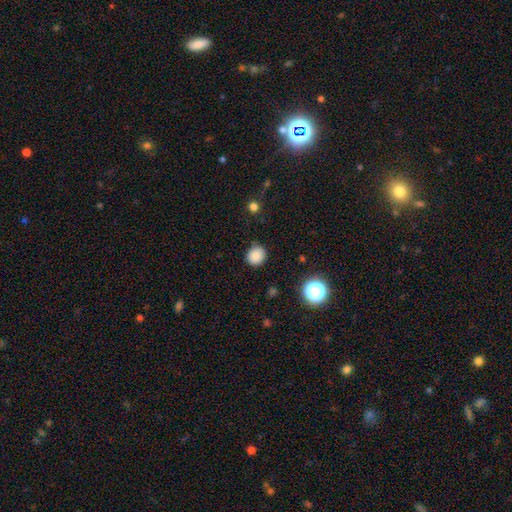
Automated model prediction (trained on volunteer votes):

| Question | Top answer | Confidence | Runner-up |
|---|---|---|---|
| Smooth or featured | smooth | 85% | star or artifact (11%) |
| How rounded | round | 85% | in between (14%) |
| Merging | none | 85% | minor disturbance (11%) |